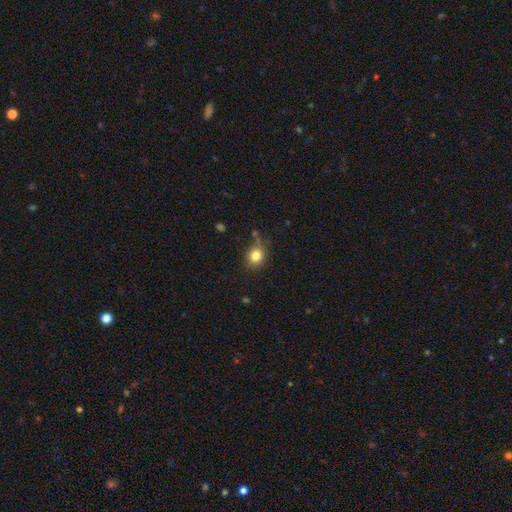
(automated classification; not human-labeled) Overall: smooth (81%). How rounded: round (70%). Merging: none (64%).